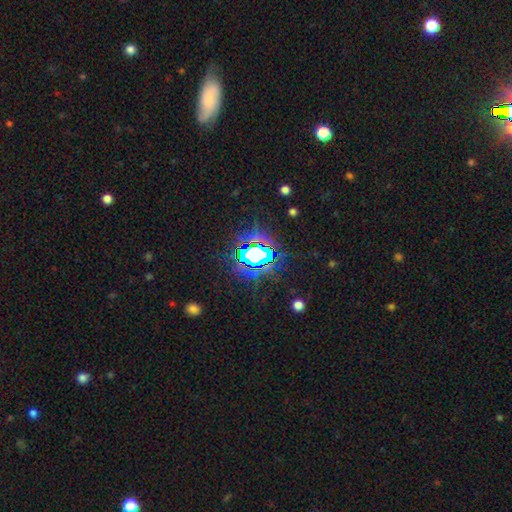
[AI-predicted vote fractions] A star or artifact, not a galaxy (71%).

Vote fractions:
- Smooth or featured? star or artifact: 71% / smooth: 16% / featured or disk: 12%